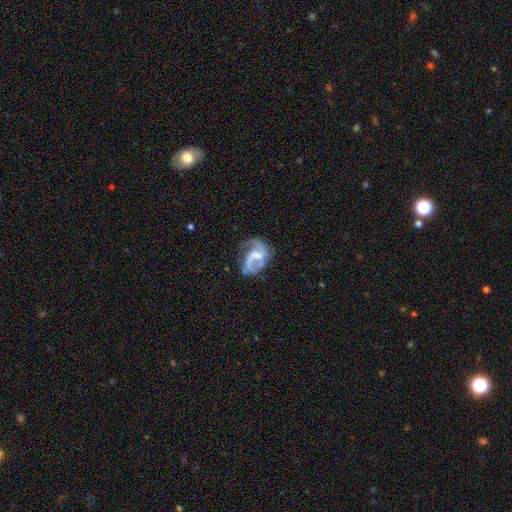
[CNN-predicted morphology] Smooth or featured?
  - featured or disk: 78% *
  - smooth: 14%
  - star or artifact: 7%
Edge-on disk?
  - no: 98% *
  - yes: 2%
Bar?
  - weak: 49% *
  - no: 37%
  - strong: 15%
Spiral arms?
  - yes: 85% *
  - no: 15%
Spiral winding?
  - loose: 48% *
  - medium: 40%
  - tight: 12%
Spiral arm count?
  - 2: 66% *
  - 1: 15%
  - can't tell: 10%
  - 3: 5%
  - 4: 2%
  - more than 4: 2%
Bulge size?
  - small: 34% *
  - moderate: 32%
  - none: 27%
  - large: 5%
  - dominant: 1%
Merging?
  - none: 38% *
  - major disturbance: 33%
  - minor disturbance: 23%
  - merger: 6%